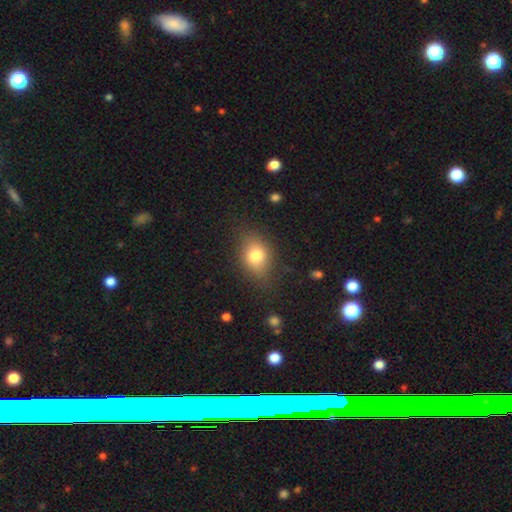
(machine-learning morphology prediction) A smooth galaxy with no disk features (78%) that is in between round and cigar-shaped (68%).

Vote fractions:
- Smooth or featured? smooth: 78% / featured or disk: 12% / star or artifact: 10%
- How rounded? in between: 68% / round: 31% / cigar-shaped: 2%
- Merging? none: 75% / minor disturbance: 17% / major disturbance: 6% / merger: 2%